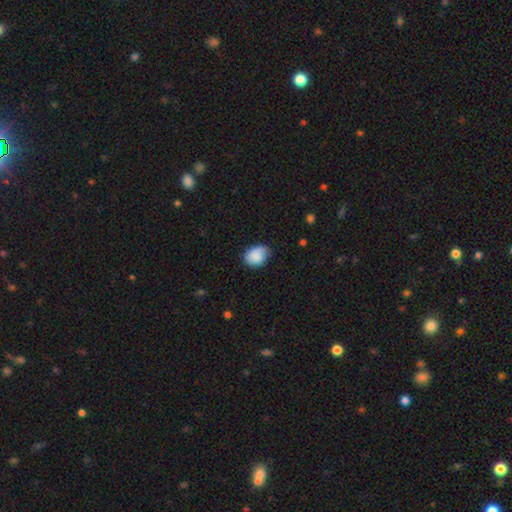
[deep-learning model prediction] smooth 87%, star or artifact 7%, featured or disk 6%. Down the decision tree: how rounded — in between (67%); merging — none (63%).